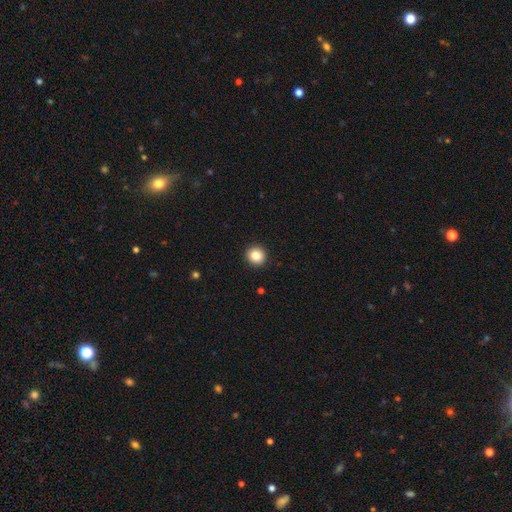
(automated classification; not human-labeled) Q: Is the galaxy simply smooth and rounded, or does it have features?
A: smooth — 85%.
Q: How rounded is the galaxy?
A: round — 92%.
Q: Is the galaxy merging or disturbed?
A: none — 93%.